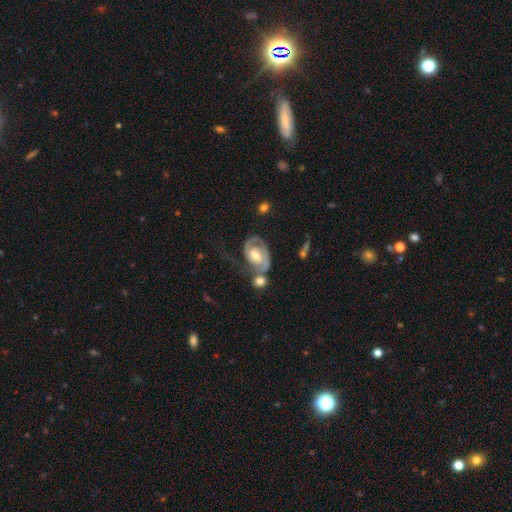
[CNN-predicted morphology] A featured or disk galaxy (82%) with no bar (48%), 2 (68%) tight (45%) spiral arms (93%) and a moderate central bulge (70%). Merging: none (34%).